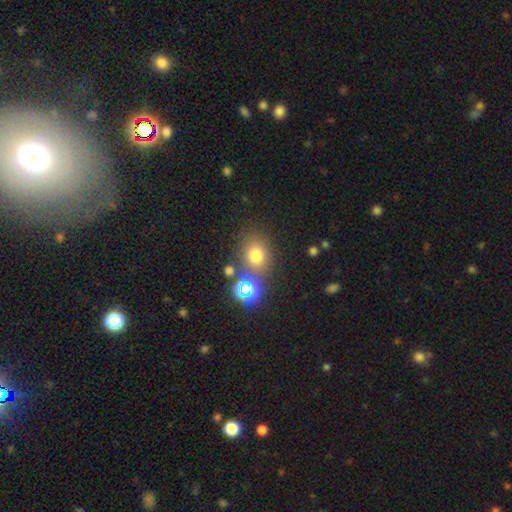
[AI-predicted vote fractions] smooth 69%, star or artifact 23%, featured or disk 8%. Down the decision tree: how rounded — round (67%); merging — none (72%).